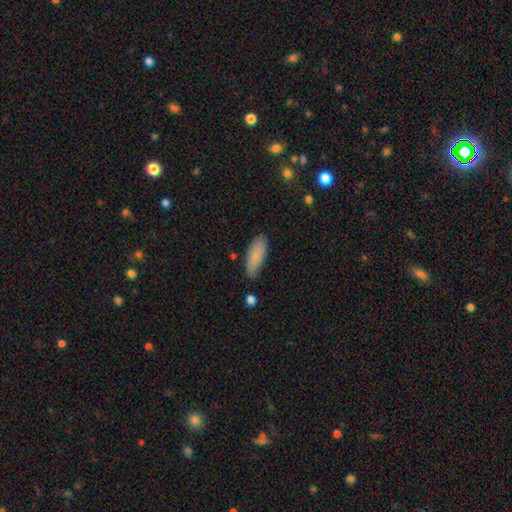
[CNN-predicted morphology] Smooth or featured: smooth — 84% (featured or disk — 10%)
How rounded: in between — 72% (cigar-shaped — 26%)
Merging: none — 80% (minor disturbance — 15%)